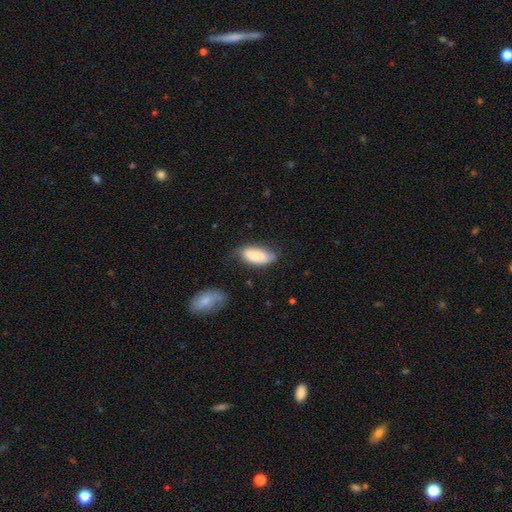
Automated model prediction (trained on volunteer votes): smooth_or_featured: smooth (p=0.75) [alt: featured or disk p=0.18]
how_rounded: in between (p=0.86) [alt: cigar-shaped p=0.12]
merging: none (p=0.53) [alt: minor disturbance p=0.33]